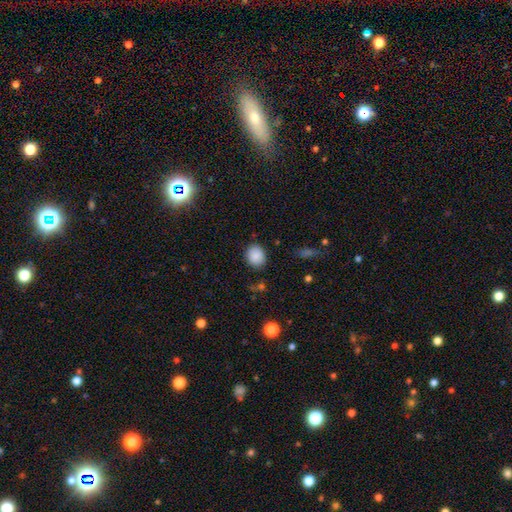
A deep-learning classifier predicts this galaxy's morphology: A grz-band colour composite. It shows a smooth galaxy with no disk features (88%) that is round (66%). Merging: none (84%).